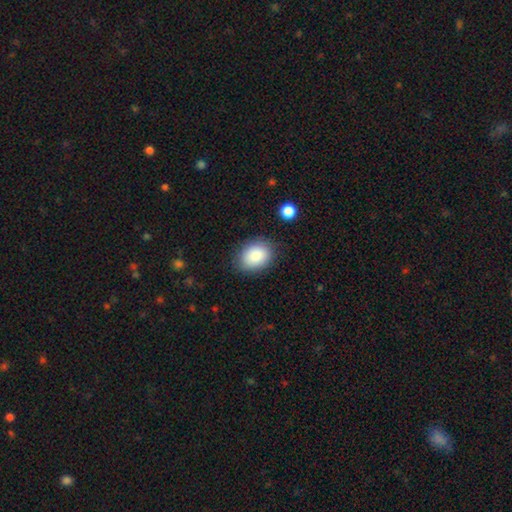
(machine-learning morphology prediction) Q: Smooth or featured?
A: smooth (87%); runner-up: star or artifact (7%)
Q: How rounded?
A: in between (68%); runner-up: round (31%)
Q: Merging?
A: none (83%); runner-up: minor disturbance (12%)